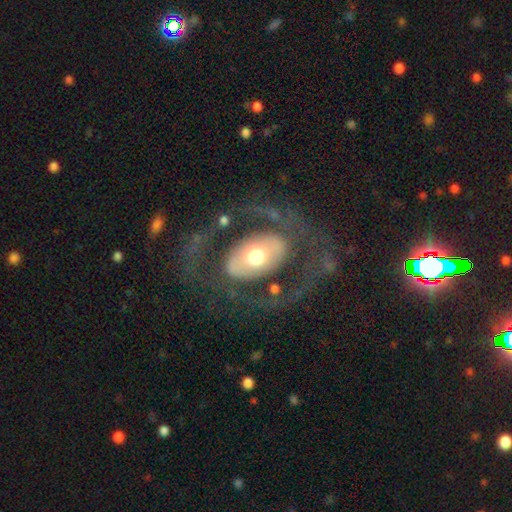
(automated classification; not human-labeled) Smooth or featured: featured or disk — 65% (smooth — 30%)
Edge-on disk: no — 93% (yes — 7%)
Bar: no — 67% (weak — 18%)
Spiral arms: no — 52% (yes — 48%)
Bulge size: moderate — 60% (large — 27%)
Merging: none — 65% (major disturbance — 20%)